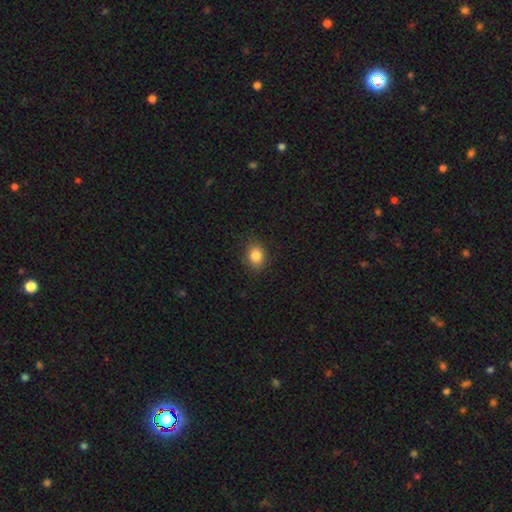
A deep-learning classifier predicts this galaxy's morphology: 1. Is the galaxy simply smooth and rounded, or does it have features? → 85% smooth, 10% star or artifact, 4% featured or disk.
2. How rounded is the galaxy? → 55% round, 44% in between, 1% cigar-shaped.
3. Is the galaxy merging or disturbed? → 87% none, 10% minor disturbance, 3% major disturbance, 1% merger.